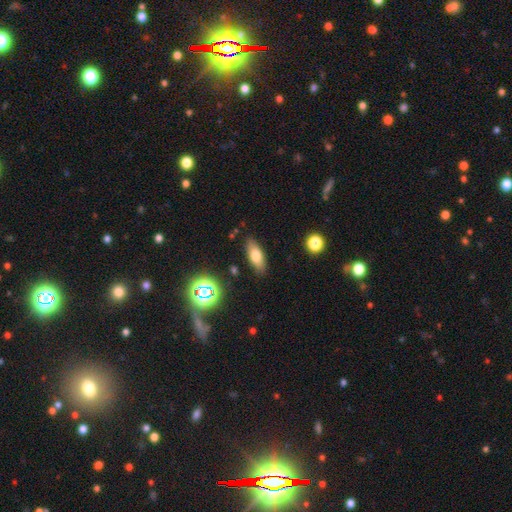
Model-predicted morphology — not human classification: Smooth or featured: smooth — 70% (featured or disk — 19%)
How rounded: in between — 74% (cigar-shaped — 22%)
Merging: none — 85% (minor disturbance — 10%)